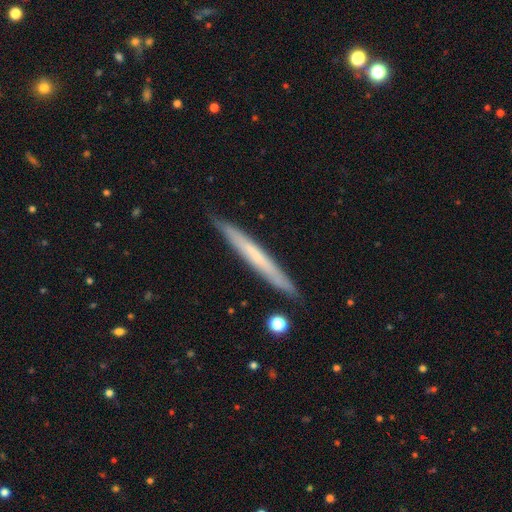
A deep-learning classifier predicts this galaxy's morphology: A smooth galaxy with no disk features (48%). Merging: none (89%).